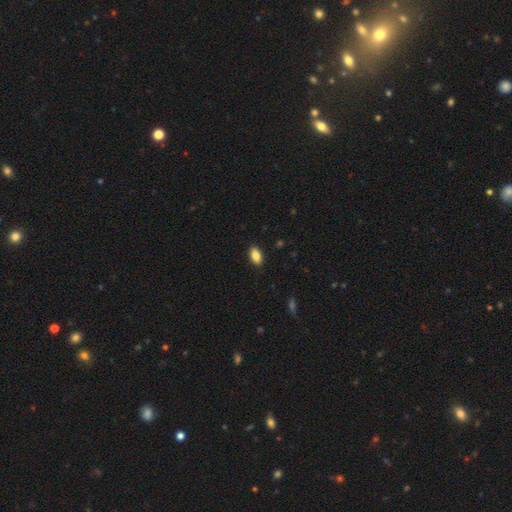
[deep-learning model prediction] Smooth or featured: smooth — 88% (star or artifact — 7%)
How rounded: in between — 92% (round — 4%)
Merging: none — 90% (minor disturbance — 8%)